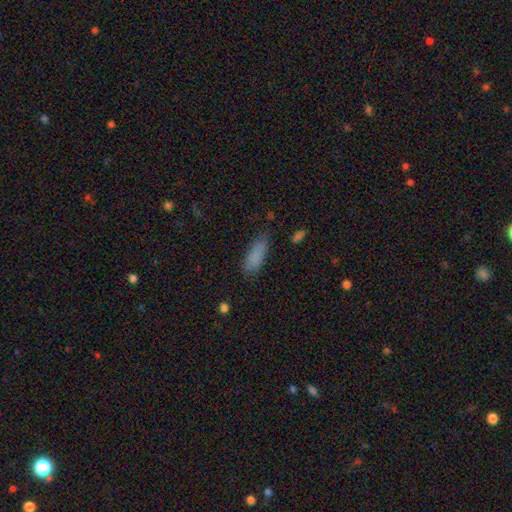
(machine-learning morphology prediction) A smooth galaxy with no disk features (85%) that is in between round and cigar-shaped (58%).

Vote fractions:
- Smooth or featured? smooth: 85% / star or artifact: 9% / featured or disk: 6%
- How rounded? in between: 58% / cigar-shaped: 40% / round: 2%
- Merging? none: 71% / minor disturbance: 21% / major disturbance: 6% / merger: 2%